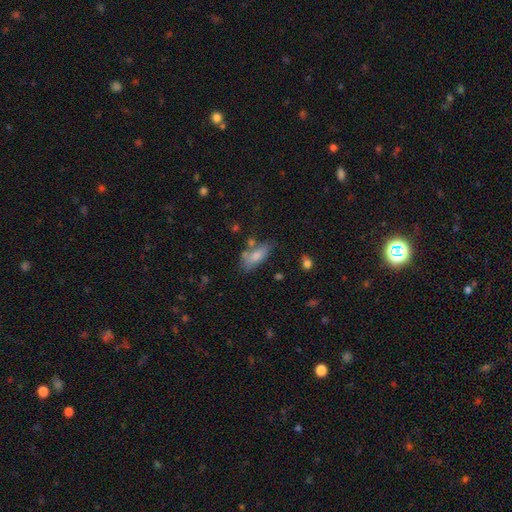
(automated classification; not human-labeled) The model was most divided on "merging": none: 47%, minor disturbance: 26%, merger: 16%, major disturbance: 11%. More confident: how rounded — in between (82%); smooth or featured — smooth (73%).